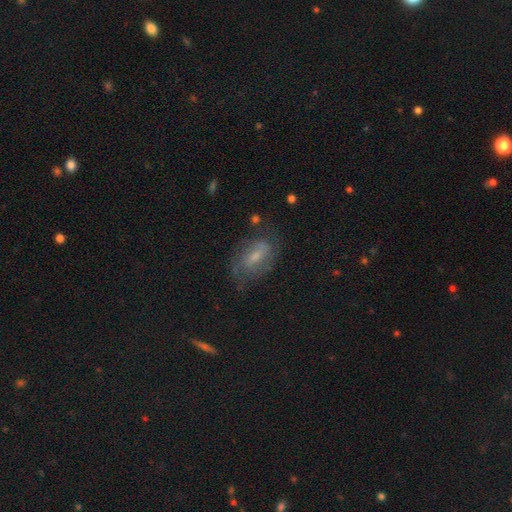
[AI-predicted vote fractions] The model was most divided on "bulge size": small: 45%, moderate: 40%, none: 9%, large: 4%, dominant: 1%. More confident: edge-on disk — no (93%); spiral arms — yes (76%); merging — none (62%); smooth or featured — featured or disk (57%); bar — weak (50%).